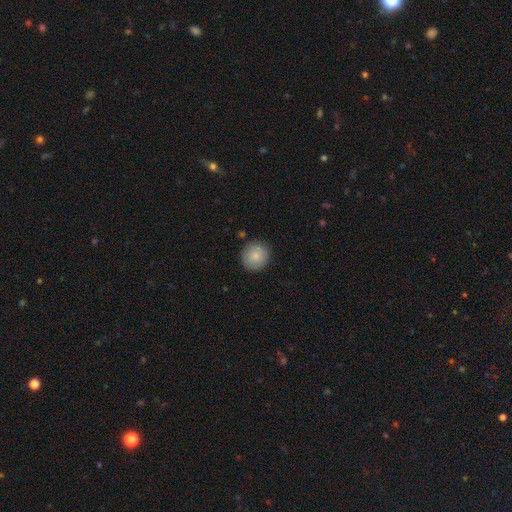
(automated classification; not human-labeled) Smooth or featured: smooth — 84% (featured or disk — 9%)
How rounded: round — 93% (in between — 6%)
Merging: none — 88% (minor disturbance — 8%)